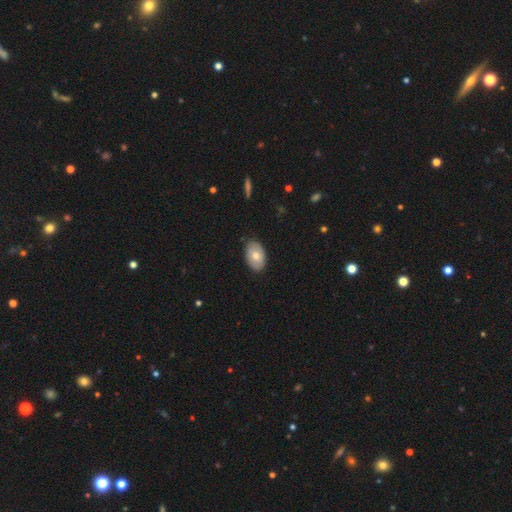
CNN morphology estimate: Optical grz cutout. It shows a smooth galaxy with no disk features (70%) that is in between round and cigar-shaped (91%). Merging: none (85%).